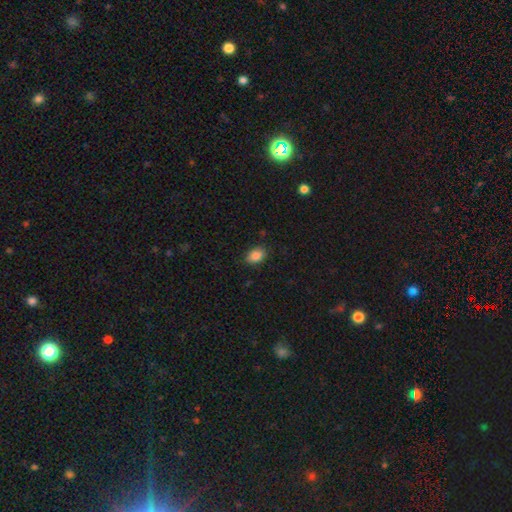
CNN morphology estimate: type=smooth (87%); roundness=in between (82%); merging=none (85%).